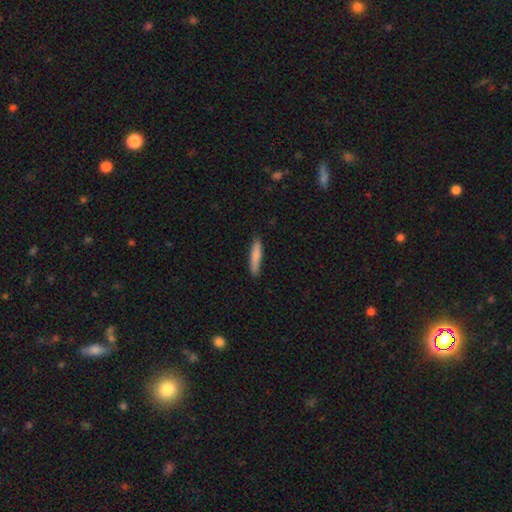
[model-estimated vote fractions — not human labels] Morphology: type=smooth (82%); roundness=cigar-shaped (87%); merging=none (85%).